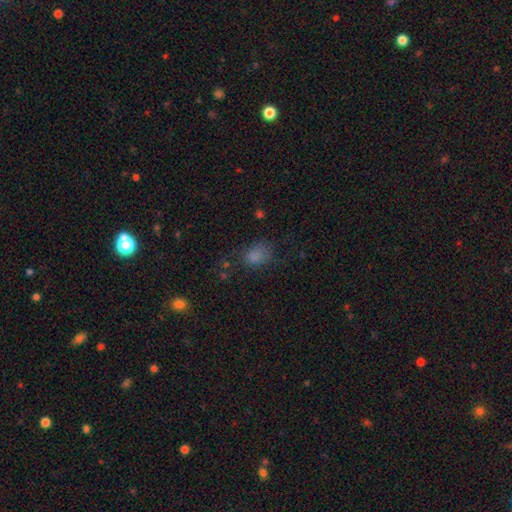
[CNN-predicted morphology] Smooth or featured: smooth — 78% (star or artifact — 15%)
How rounded: in between — 62% (round — 36%)
Merging: none — 60% (minor disturbance — 24%)